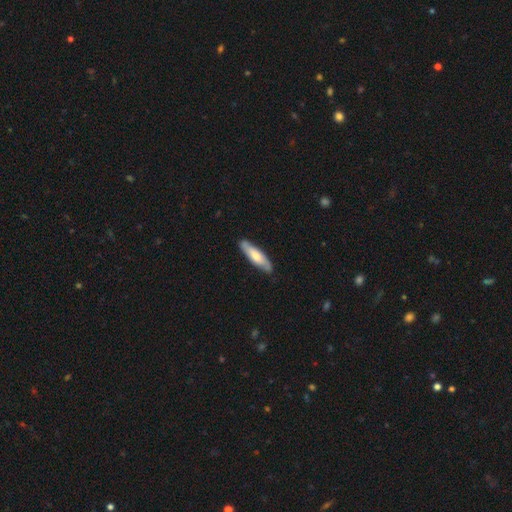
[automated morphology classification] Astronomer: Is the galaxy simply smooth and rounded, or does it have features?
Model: smooth — 58% (runner-up: featured or disk, 37%).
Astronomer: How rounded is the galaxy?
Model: cigar-shaped — 66%.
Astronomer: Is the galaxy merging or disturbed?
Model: none — 84%.